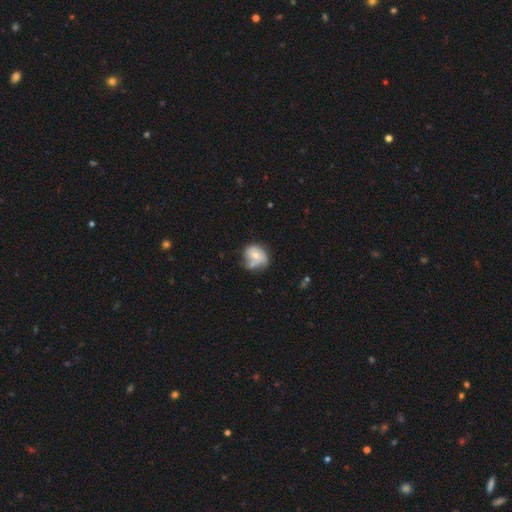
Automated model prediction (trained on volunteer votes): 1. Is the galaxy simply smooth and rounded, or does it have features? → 52% smooth, 40% featured or disk, 8% star or artifact.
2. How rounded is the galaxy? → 54% round, 45% in between, 1% cigar-shaped.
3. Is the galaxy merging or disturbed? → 35% none, 27% minor disturbance, 22% merger, 15% major disturbance.